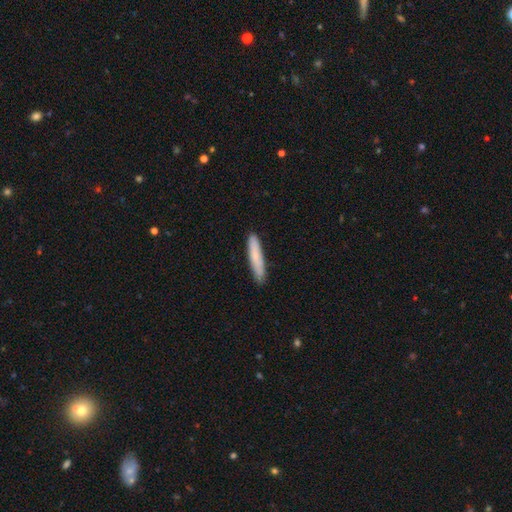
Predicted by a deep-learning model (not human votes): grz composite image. It shows a smooth galaxy with no disk features (77%) that is cigar-shaped (91%). Merging: none (85%).